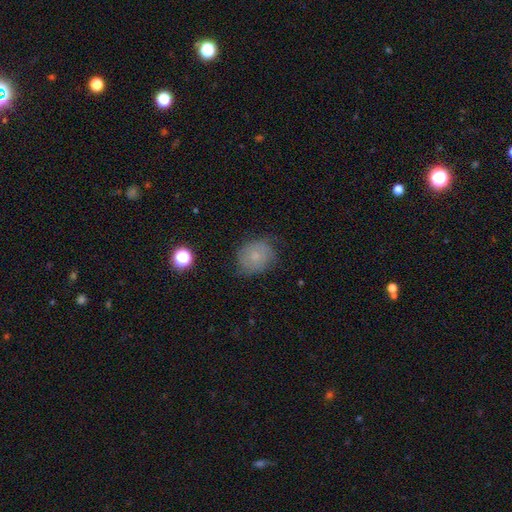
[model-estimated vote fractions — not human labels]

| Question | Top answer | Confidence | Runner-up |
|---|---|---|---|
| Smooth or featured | smooth | 62% | featured or disk (26%) |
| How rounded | round | 71% | in between (28%) |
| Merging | none | 67% | minor disturbance (25%) |